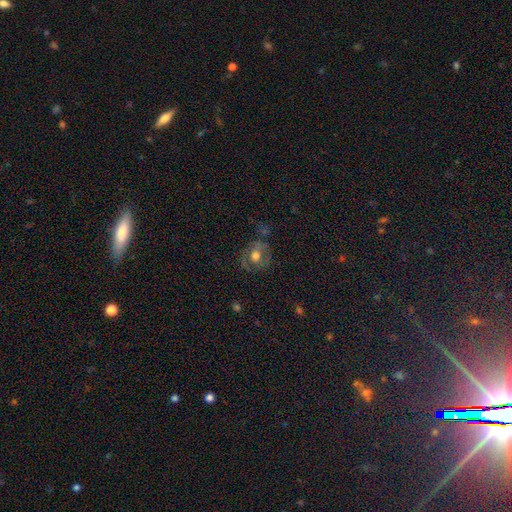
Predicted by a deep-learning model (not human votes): featured or disk 47%, smooth 44%, star or artifact 9%. Down the decision tree: merging — none (64%).